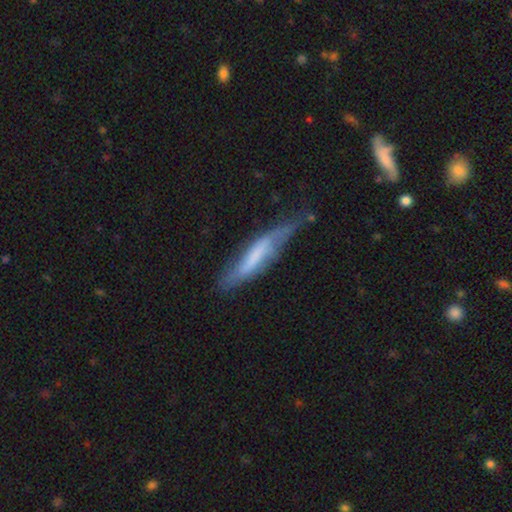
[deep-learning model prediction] A featured or disk galaxy (48%).

Vote fractions:
- Smooth or featured? featured or disk: 48% / smooth: 46% / star or artifact: 7%
- Merging? none: 43% / minor disturbance: 38% / major disturbance: 15% / merger: 4%